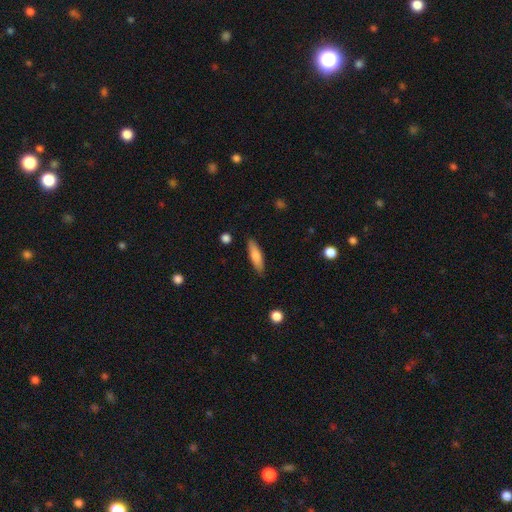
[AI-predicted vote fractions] This is likely a smooth galaxy (77%). How rounded: likely cigar-shaped (68%). Merging: clearly none (87%).